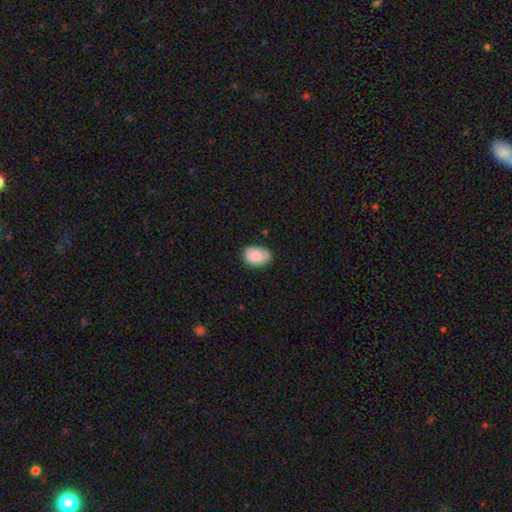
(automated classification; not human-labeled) Smooth or featured? Predicted: smooth (p=0.80). How rounded? Predicted: in between (p=0.82). Merging? Predicted: none (p=0.65).